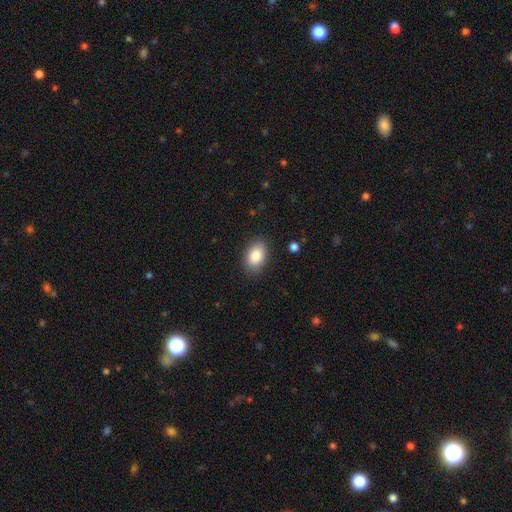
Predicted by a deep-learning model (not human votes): Smooth or featured? smooth (87%)
How rounded? in between (88%)
Merging? none (85%)